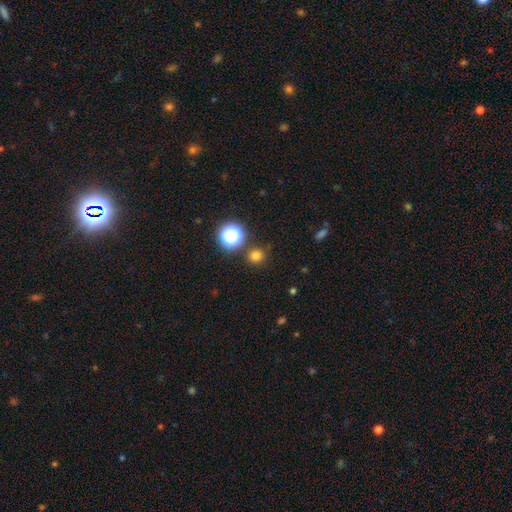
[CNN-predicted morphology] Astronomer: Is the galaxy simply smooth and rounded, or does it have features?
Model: smooth — 75%.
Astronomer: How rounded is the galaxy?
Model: round — 93%.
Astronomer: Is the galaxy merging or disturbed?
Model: none — 86%.